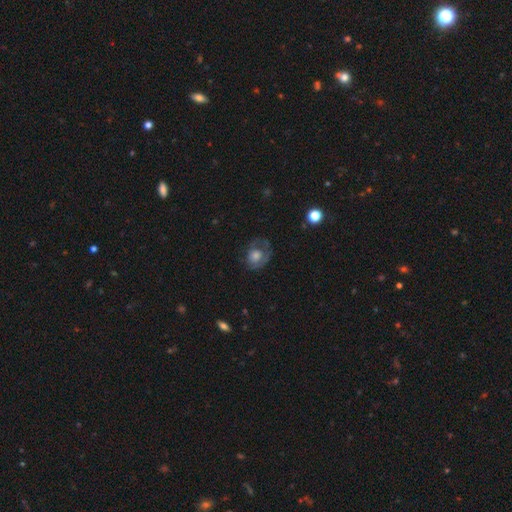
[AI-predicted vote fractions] Smooth or featured: smooth — 46% (featured or disk — 43%)
Merging: none — 53% (minor disturbance — 24%)